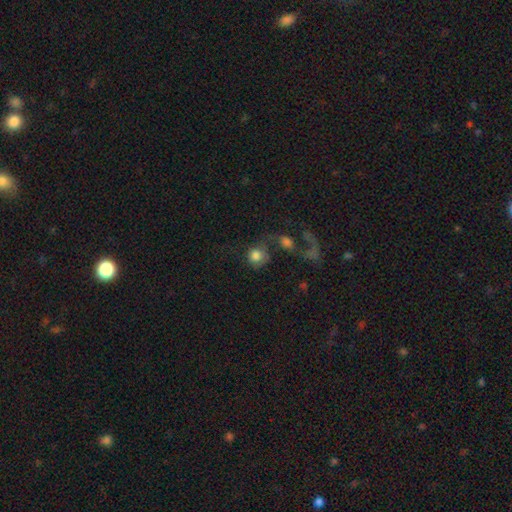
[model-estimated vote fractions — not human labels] smooth-or-featured: smooth: 73% | featured or disk: 18% | star or artifact: 10%
  how-rounded: round: 84% | in between: 15% | cigar-shaped: 1%
  merging: merger: 37% | none: 29% | major disturbance: 21% | minor disturbance: 12%